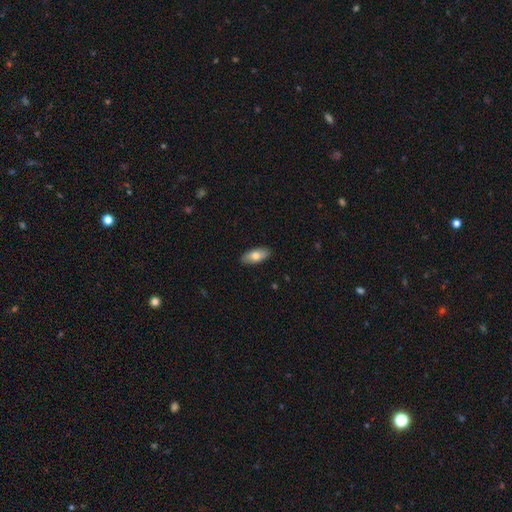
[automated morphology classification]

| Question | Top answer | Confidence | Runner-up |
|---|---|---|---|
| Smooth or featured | smooth | 75% | featured or disk (19%) |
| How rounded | in between | 86% | cigar-shaped (12%) |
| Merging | none | 89% | minor disturbance (8%) |